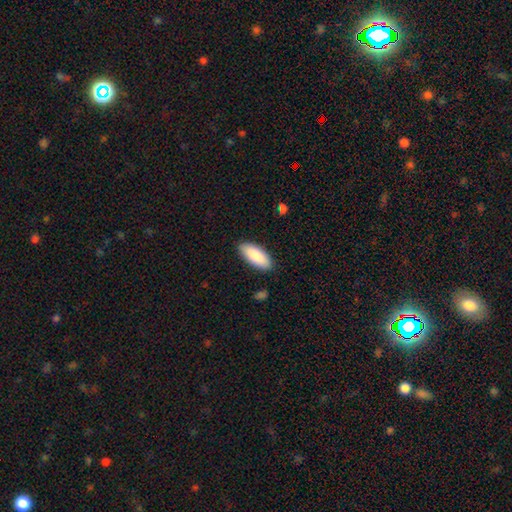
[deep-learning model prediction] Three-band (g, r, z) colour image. It shows a smooth galaxy with no disk features (88%) that is in between round and cigar-shaped (85%). Merging: none (88%).